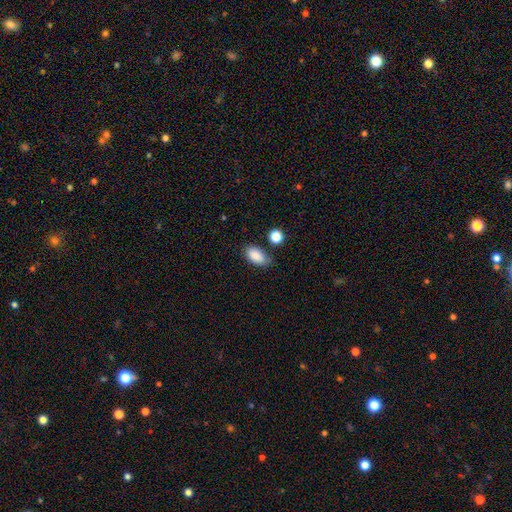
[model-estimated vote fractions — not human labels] Morphology: type=smooth (86%); roundness=in between (91%); merging=none (64%).